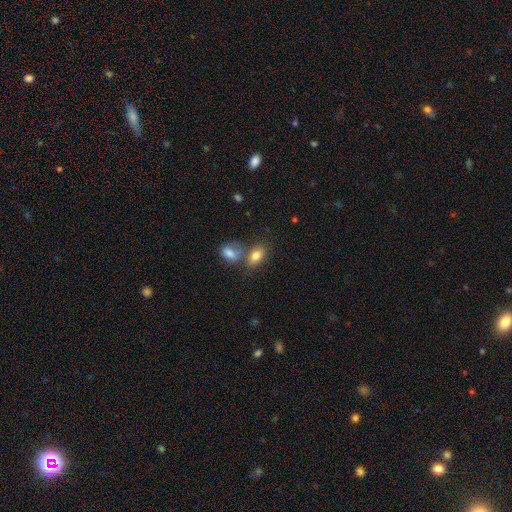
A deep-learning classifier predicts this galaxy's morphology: Q: Smooth or featured?
A: smooth (81%); runner-up: featured or disk (11%)
Q: How rounded?
A: in between (86%); runner-up: round (11%)
Q: Merging?
A: none (48%); runner-up: merger (36%)